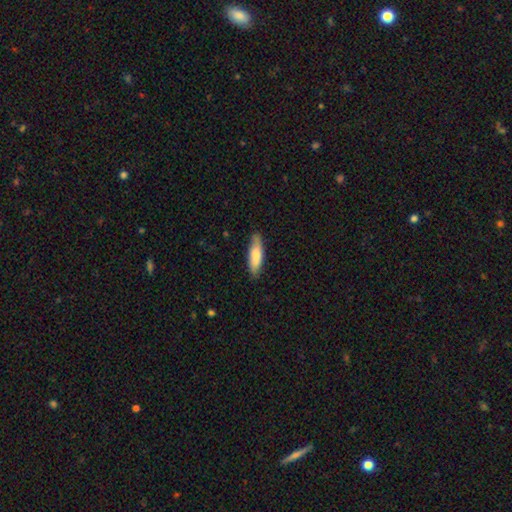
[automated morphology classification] This is likely a smooth galaxy (77%). How rounded: possibly cigar-shaped (52%). Merging: clearly none (82%).